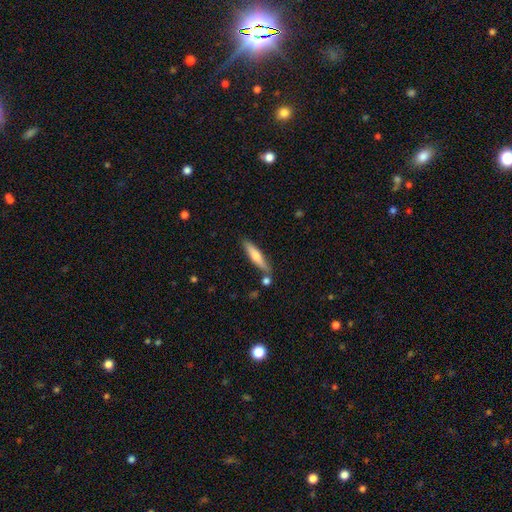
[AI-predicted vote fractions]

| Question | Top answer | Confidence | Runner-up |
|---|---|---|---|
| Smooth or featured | smooth | 60% | featured or disk (34%) |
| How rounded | cigar-shaped | 85% | in between (13%) |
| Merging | none | 78% | minor disturbance (12%) |